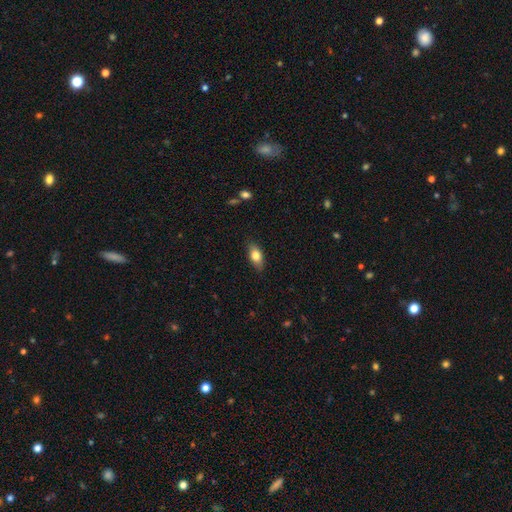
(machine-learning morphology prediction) The model was most divided on "smooth or featured": smooth: 74%, featured or disk: 19%, star or artifact: 7%. More confident: merging — none (85%); how rounded — in between (84%).